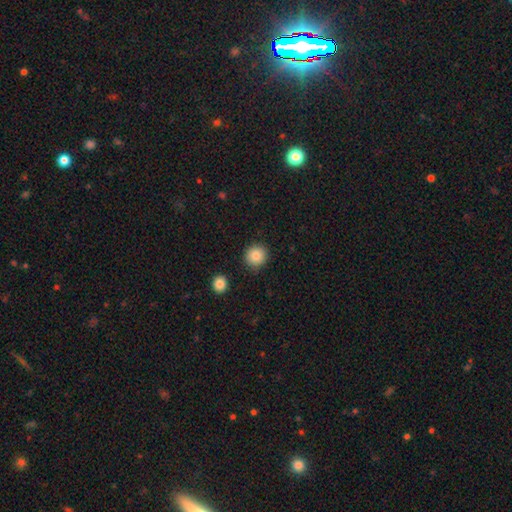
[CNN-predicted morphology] Smooth or featured? Predicted: smooth (p=0.85). How rounded? Predicted: round (p=0.91). Merging? Predicted: none (p=0.90).